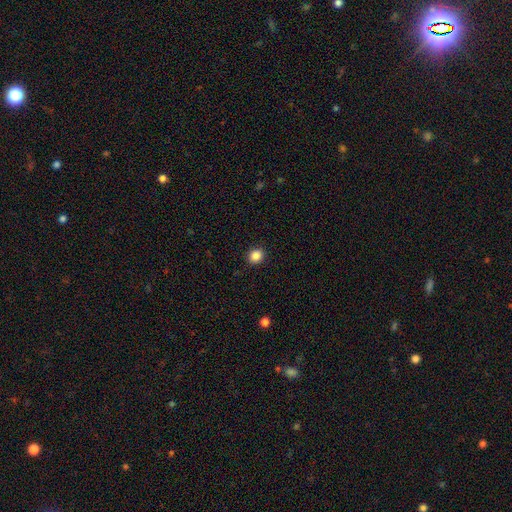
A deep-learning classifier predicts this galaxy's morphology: A smooth galaxy with no disk features (87%) that is round (73%). Merging: none (91%).